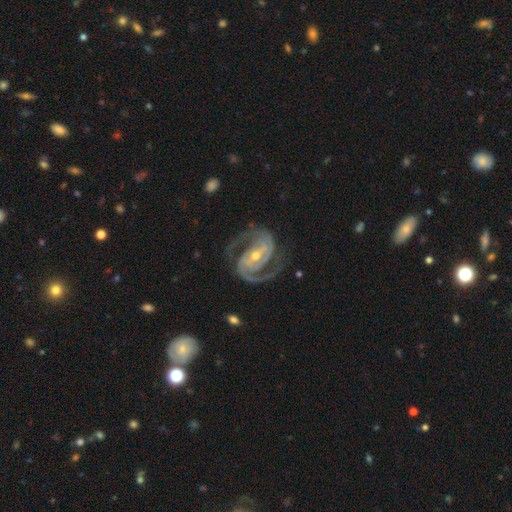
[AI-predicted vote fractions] This is clearly a featured or disk galaxy (93%). It is clearly not viewed edge-on (98%). Bar: marginally strong (40%). Spiral arm pattern: clearly yes (99%). Spiral arm count: clearly 2 (90%). Spiral winding: possibly medium (55%). Central bulge: possibly moderate (50%). Merging: likely none (78%).